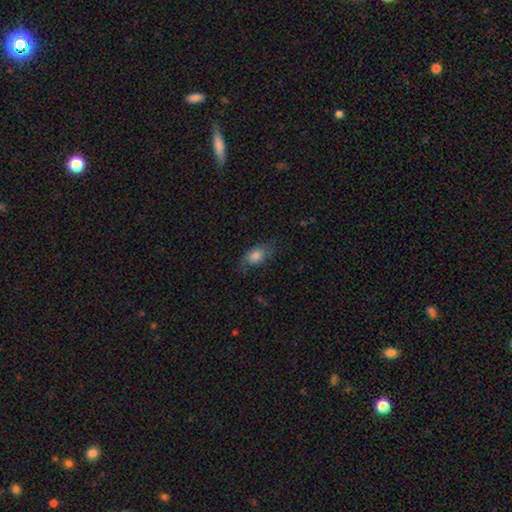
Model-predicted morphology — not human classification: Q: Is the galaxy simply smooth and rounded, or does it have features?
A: smooth — 73%.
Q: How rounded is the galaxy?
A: in between — 85%.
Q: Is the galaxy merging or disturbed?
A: none — 66%.